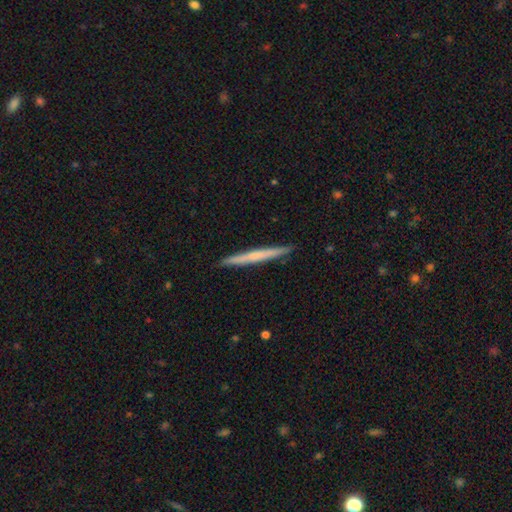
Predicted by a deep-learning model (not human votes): smooth 50%, featured or disk 44%, star or artifact 6%. Down the decision tree: how rounded — cigar-shaped (97%); merging — none (93%).